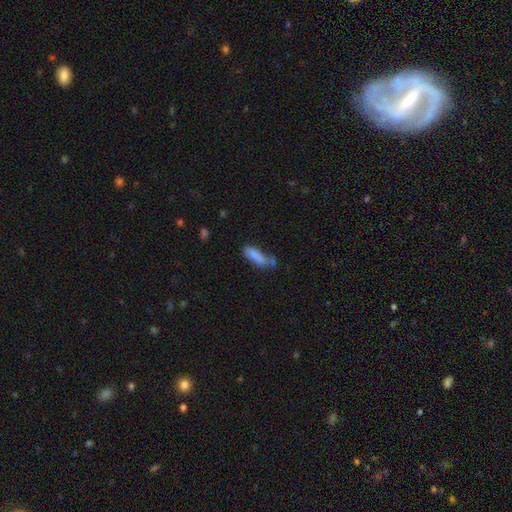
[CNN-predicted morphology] smooth_or_featured: smooth (p=0.78) [alt: featured or disk p=0.13]
how_rounded: in between (p=0.58) [alt: cigar-shaped p=0.40]
merging: none (p=0.36) [alt: merger p=0.25]